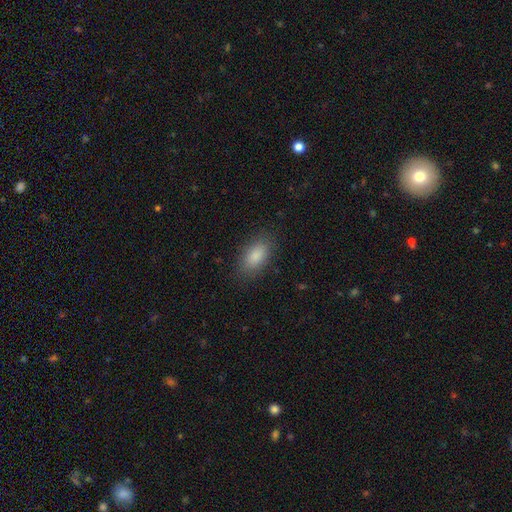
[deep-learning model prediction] Smooth or featured?
  - smooth: 87% *
  - star or artifact: 7%
  - featured or disk: 6%
How rounded?
  - in between: 91% *
  - cigar-shaped: 5%
  - round: 5%
Merging?
  - none: 86% *
  - minor disturbance: 10%
  - major disturbance: 3%
  - merger: 1%